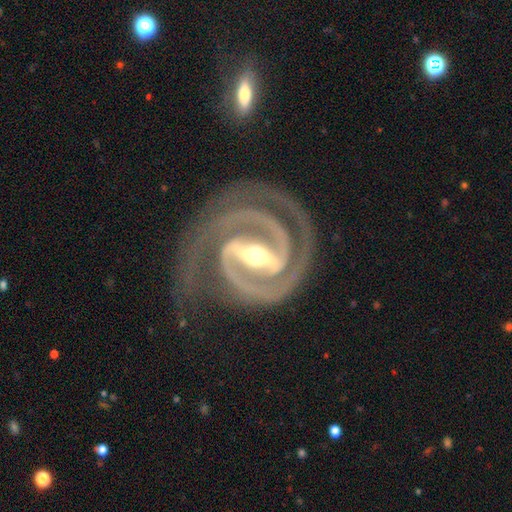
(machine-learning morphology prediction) type=featured or disk (94%); edge-on=no (97%); bar=strong (84%); spiral arms=yes (99%); winding=tight (66%); arm count=2 (89%); bulge=moderate (65%); merging=none (75%).